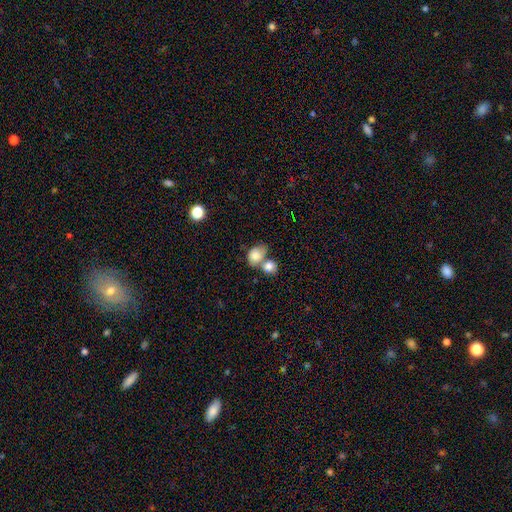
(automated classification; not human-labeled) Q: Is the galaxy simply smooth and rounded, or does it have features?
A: smooth — 80%.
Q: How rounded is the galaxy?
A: in between — 53%.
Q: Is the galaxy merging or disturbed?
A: merger — 58%.